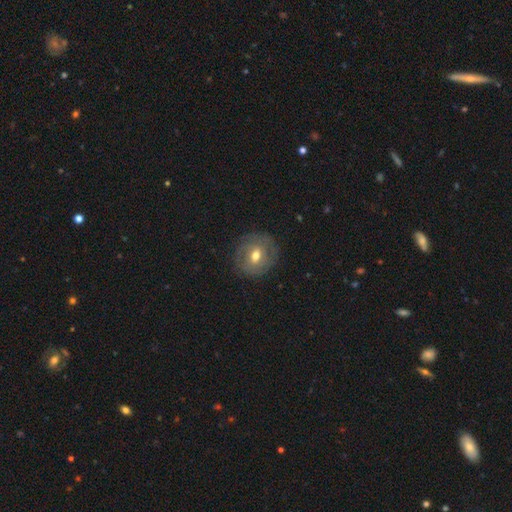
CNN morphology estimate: This appears to be a featured or disk galaxy (56%) with a weak bar (47%), spiral arms (63%) and a moderate central bulge (77%). Merging: none (79%).